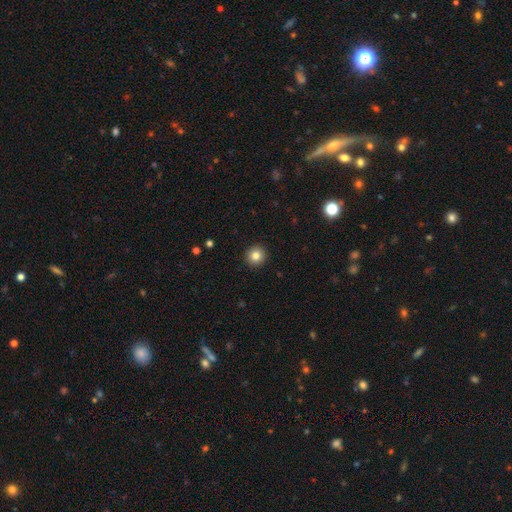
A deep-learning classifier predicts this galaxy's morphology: smooth_or_featured: smooth (p=0.83) [alt: star or artifact p=0.10]
how_rounded: round (p=0.95) [alt: in between p=0.04]
merging: none (p=0.93) [alt: minor disturbance p=0.05]